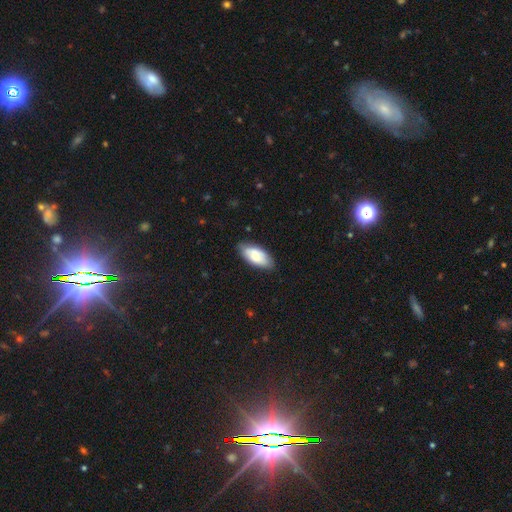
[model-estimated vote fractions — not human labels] This appears to be a smooth galaxy with no disk features (72%) that is in between round and cigar-shaped (90%). Merging: none (79%).